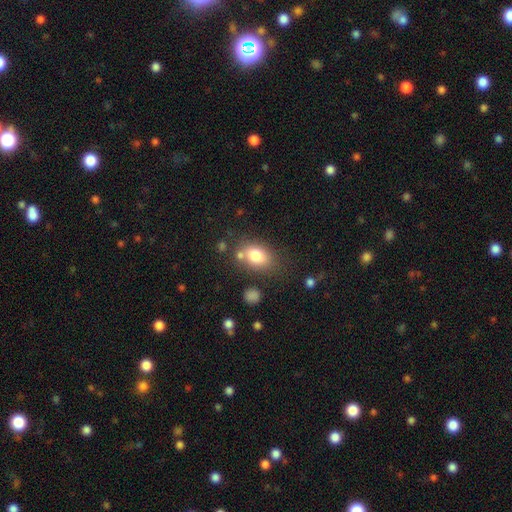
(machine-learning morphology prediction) smooth 79%, featured or disk 12%, star or artifact 10%. Down the decision tree: how rounded — in between (72%); merging — none (64%).